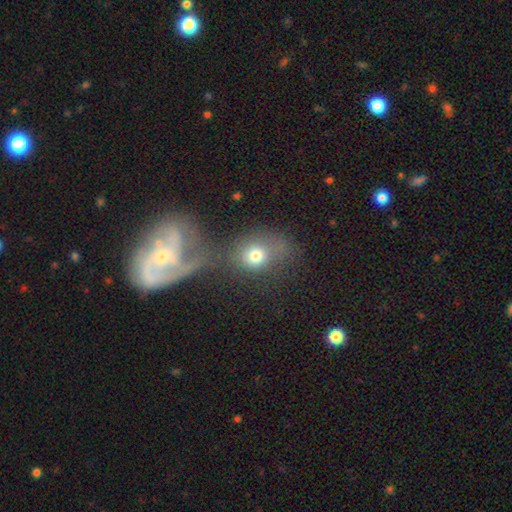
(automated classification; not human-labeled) This is likely a smooth galaxy (71%). How rounded: likely round (61%). Merging: marginally none (38%).